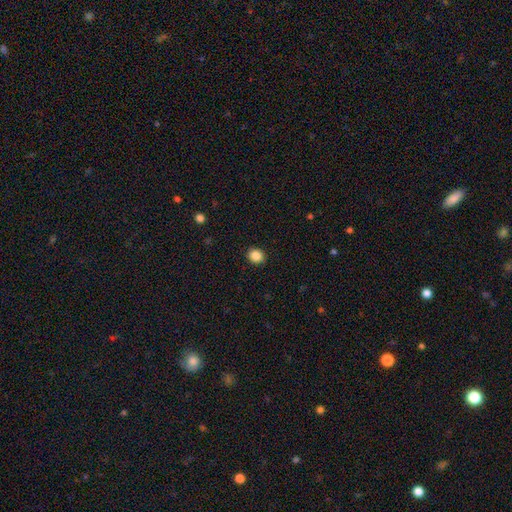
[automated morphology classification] A smooth galaxy with no disk features (86%) that is round (67%).

Vote fractions:
- Smooth or featured? smooth: 86% / star or artifact: 10% / featured or disk: 4%
- How rounded? round: 67% / in between: 32% / cigar-shaped: 1%
- Merging? none: 91% / minor disturbance: 6% / major disturbance: 2% / merger: 1%